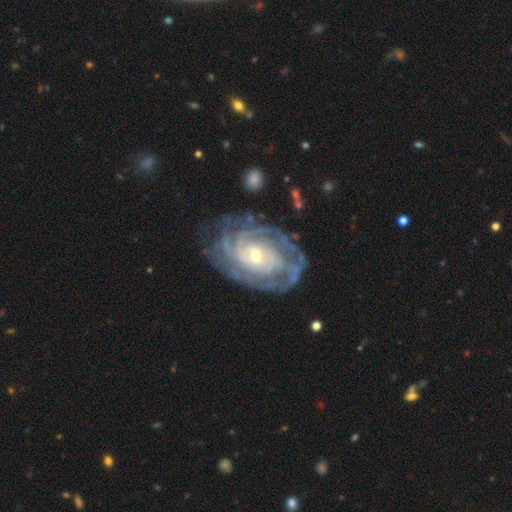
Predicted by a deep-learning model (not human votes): Smooth or featured? Predicted: featured or disk (p=0.90). Edge-on disk? Predicted: no (p=0.97). Bar? Predicted: no (p=0.68). Spiral arms? Predicted: yes (p=0.97). Spiral winding? Predicted: tight (p=0.77). Spiral arm count? Predicted: can't tell (p=0.31). Bulge size? Predicted: small (p=0.61). Merging? Predicted: none (p=0.72).